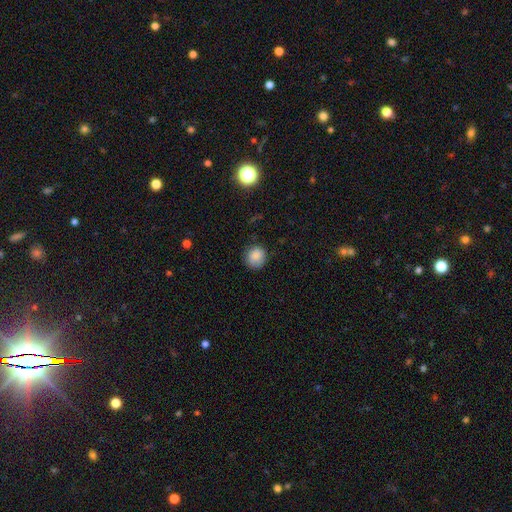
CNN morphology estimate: Smooth or featured? Predicted: smooth (p=0.85). How rounded? Predicted: round (p=0.86). Merging? Predicted: none (p=0.79).